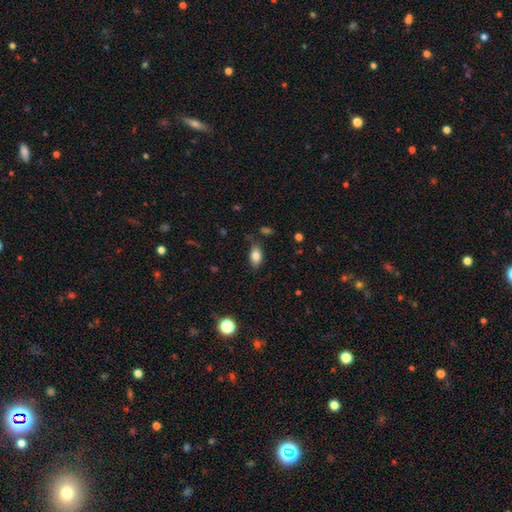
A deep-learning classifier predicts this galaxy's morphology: Q: Smooth or featured?
A: smooth (83%); runner-up: star or artifact (9%)
Q: How rounded?
A: in between (90%); runner-up: round (8%)
Q: Merging?
A: none (76%); runner-up: minor disturbance (17%)